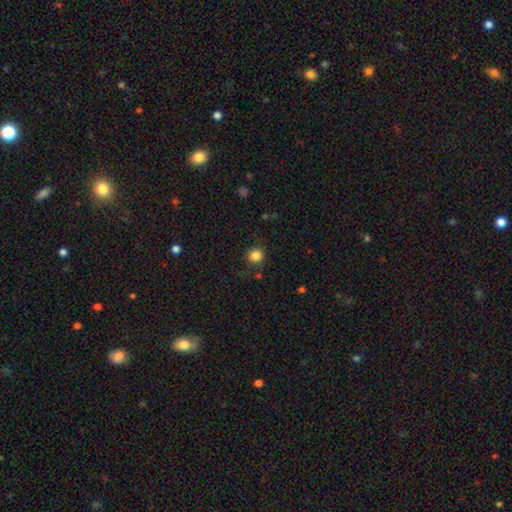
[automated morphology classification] Overall: smooth (84%). How rounded: round (90%). Merging: none (84%).